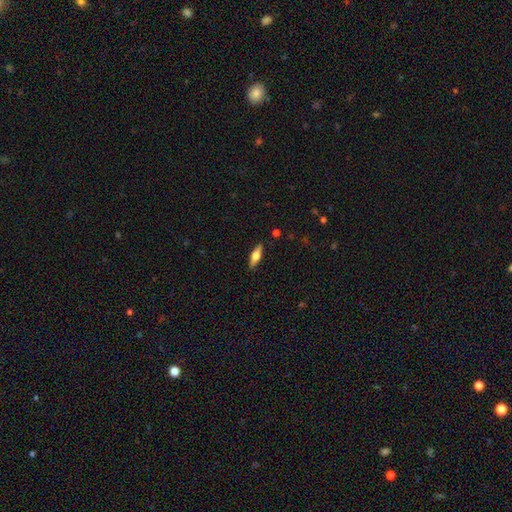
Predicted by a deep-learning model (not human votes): Smooth or featured: smooth — 54% (featured or disk — 40%)
How rounded: in between — 51% (cigar-shaped — 47%)
Merging: none — 88% (minor disturbance — 9%)